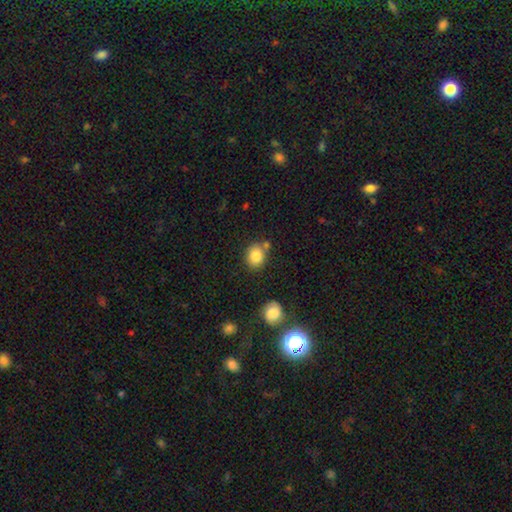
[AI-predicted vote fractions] Smooth or featured: smooth — 85% (star or artifact — 9%)
How rounded: round — 63% (in between — 36%)
Merging: none — 72% (minor disturbance — 12%)